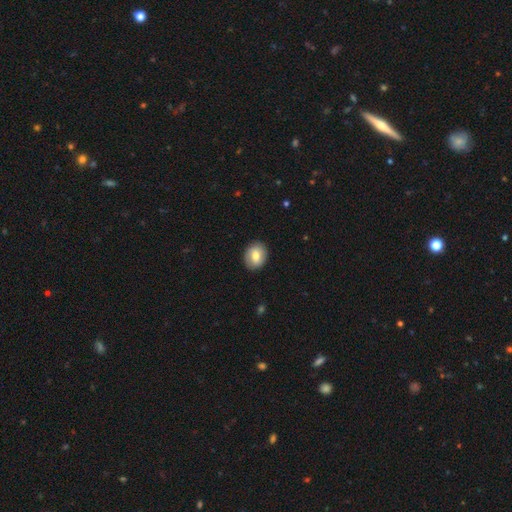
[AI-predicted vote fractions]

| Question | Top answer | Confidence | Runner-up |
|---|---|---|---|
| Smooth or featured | smooth | 71% | featured or disk (22%) |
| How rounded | round | 54% | in between (45%) |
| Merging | none | 88% | minor disturbance (9%) |